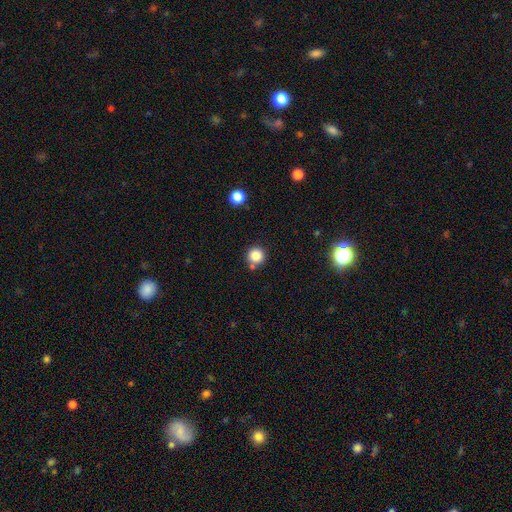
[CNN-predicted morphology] Smooth or featured? smooth (84%)
How rounded? round (94%)
Merging? none (78%)